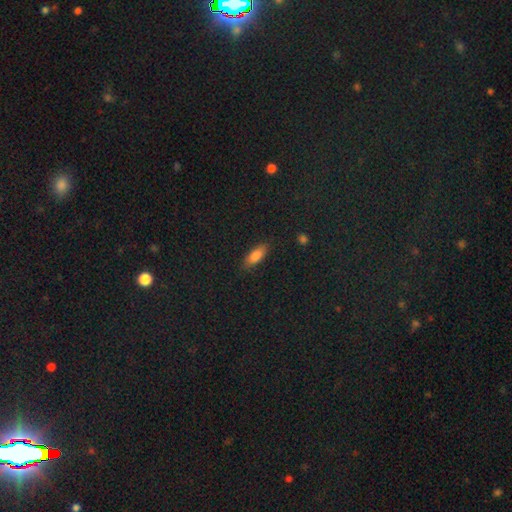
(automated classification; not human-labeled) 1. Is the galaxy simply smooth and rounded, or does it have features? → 80% smooth, 11% featured or disk, 9% star or artifact.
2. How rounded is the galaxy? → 77% in between, 20% cigar-shaped, 3% round.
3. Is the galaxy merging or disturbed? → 84% none, 12% minor disturbance, 3% major disturbance, 1% merger.